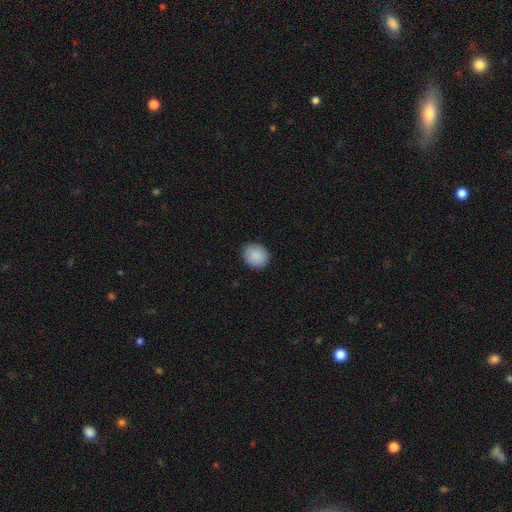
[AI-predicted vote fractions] Smooth or featured: smooth — 89% (star or artifact — 7%)
How rounded: round — 76% (in between — 23%)
Merging: none — 89% (minor disturbance — 9%)